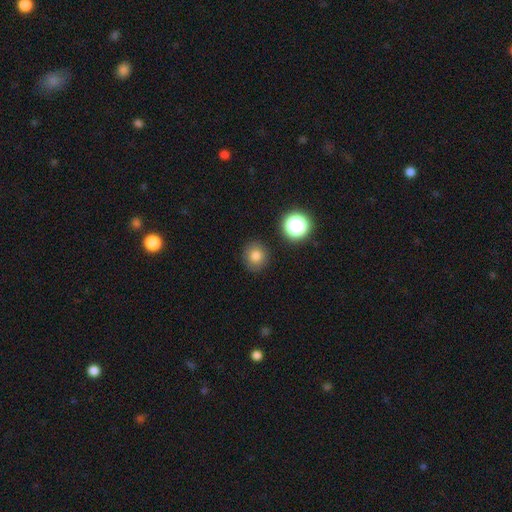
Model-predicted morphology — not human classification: smooth-or-featured: smooth: 79% | star or artifact: 14% | featured or disk: 7%
  how-rounded: round: 87% | in between: 12% | cigar-shaped: 1%
  merging: none: 88% | minor disturbance: 8% | major disturbance: 2% | merger: 2%